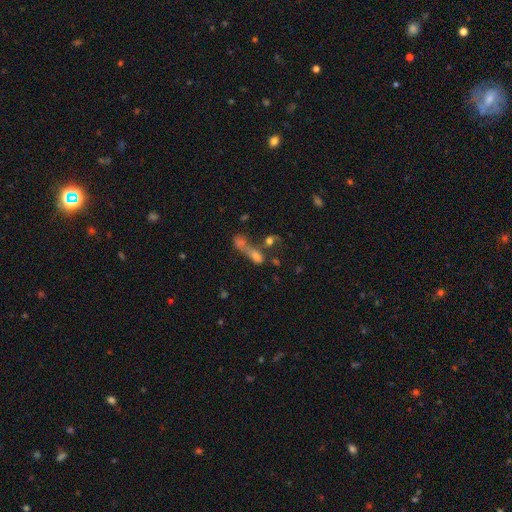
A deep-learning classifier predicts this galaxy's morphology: This is possibly a smooth galaxy (51%). How rounded: possibly in between (53%). Merging: possibly merger (59%).